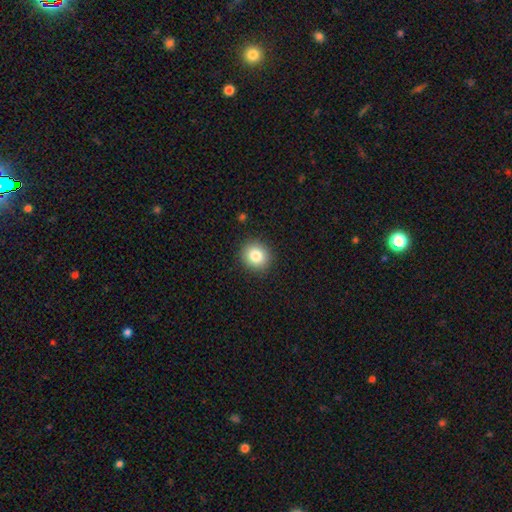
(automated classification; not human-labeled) Morphology: type=smooth (83%); roundness=round (87%); merging=none (90%).